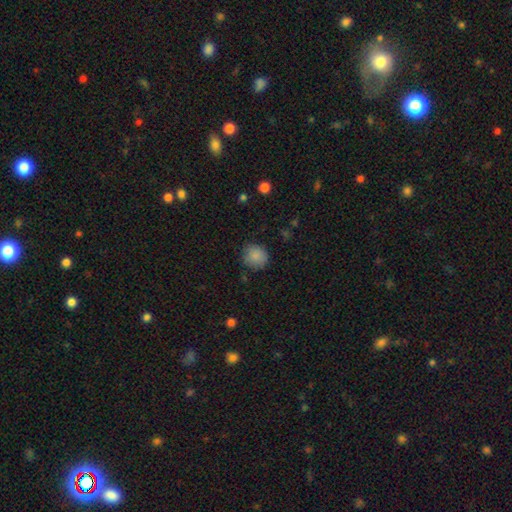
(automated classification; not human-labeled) Smooth or featured?
  - smooth: 85% *
  - star or artifact: 9%
  - featured or disk: 5%
How rounded?
  - round: 88% *
  - in between: 12%
  - cigar-shaped: 1%
Merging?
  - none: 81% *
  - minor disturbance: 15%
  - major disturbance: 3%
  - merger: 1%